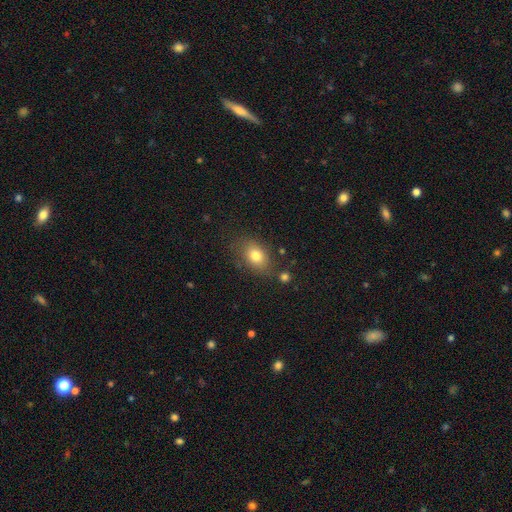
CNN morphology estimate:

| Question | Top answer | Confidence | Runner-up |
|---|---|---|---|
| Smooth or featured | smooth | 79% | featured or disk (11%) |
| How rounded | in between | 75% | round (23%) |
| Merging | none | 74% | minor disturbance (16%) |